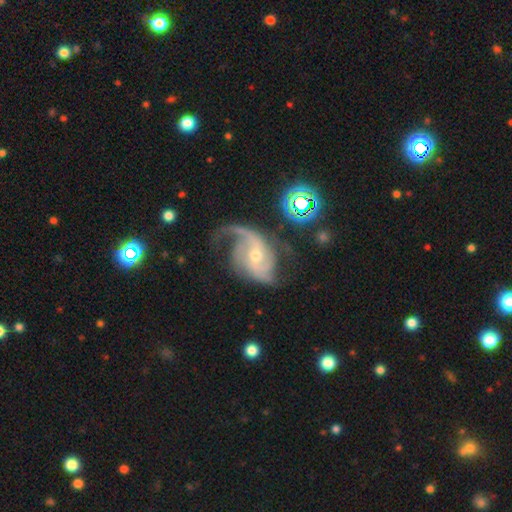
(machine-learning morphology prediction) The model was most divided on "spiral winding": loose: 48%, medium: 38%, tight: 13%. Remaining: edge-on disk — no (97%); spiral arms — yes (96%); smooth or featured — featured or disk (87%); spiral arm count — 2 (59%); bulge size — small (56%); bar — no (54%); merging — none (47%).